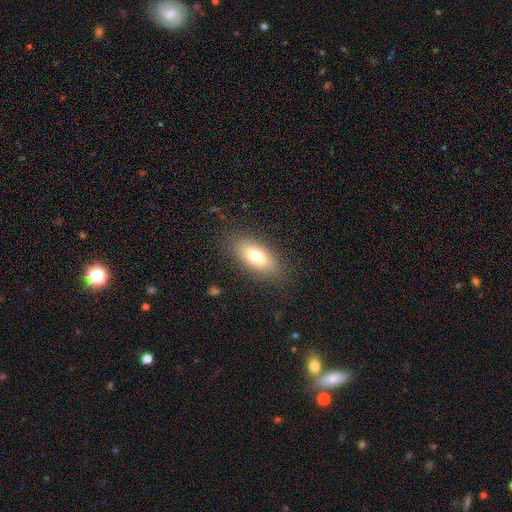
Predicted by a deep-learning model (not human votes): The model was most divided on "smooth or featured": smooth: 72%, featured or disk: 19%, star or artifact: 9%. More confident: merging — none (85%); how rounded — in between (83%).